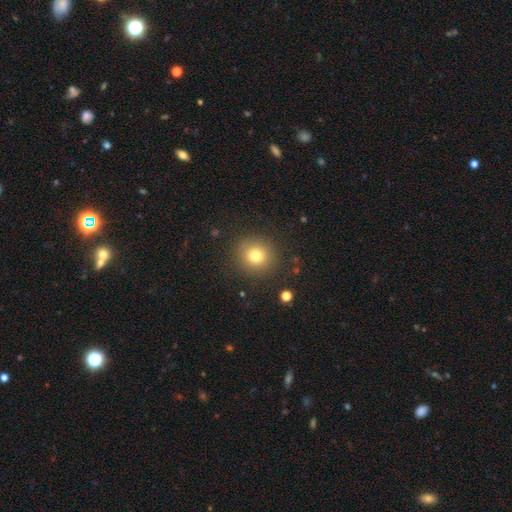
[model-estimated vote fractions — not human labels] Smooth or featured?
  - smooth: 77% *
  - star or artifact: 13%
  - featured or disk: 10%
How rounded?
  - round: 91% *
  - in between: 8%
  - cigar-shaped: 1%
Merging?
  - none: 88% *
  - minor disturbance: 8%
  - major disturbance: 3%
  - merger: 1%